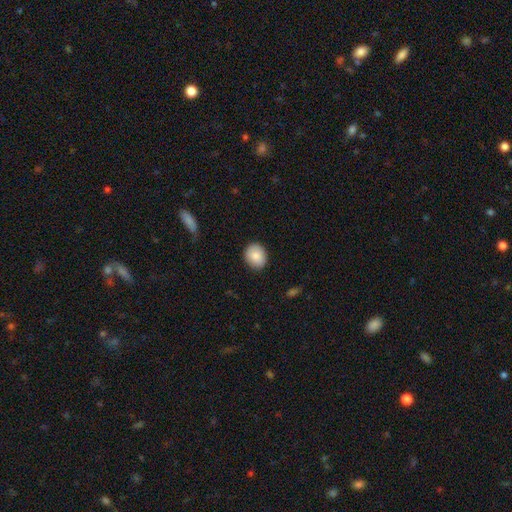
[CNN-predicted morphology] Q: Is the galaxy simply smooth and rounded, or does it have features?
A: smooth — 85%.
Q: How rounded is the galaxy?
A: round — 61%.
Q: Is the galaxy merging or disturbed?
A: none — 87%.